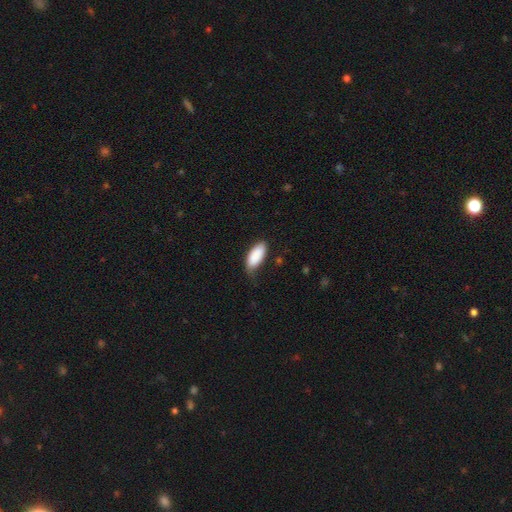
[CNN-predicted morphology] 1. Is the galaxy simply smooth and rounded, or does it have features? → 89% smooth, 6% star or artifact, 5% featured or disk.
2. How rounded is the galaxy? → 89% in between, 9% cigar-shaped, 2% round.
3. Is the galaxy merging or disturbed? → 60% none, 32% minor disturbance, 7% major disturbance, 2% merger.